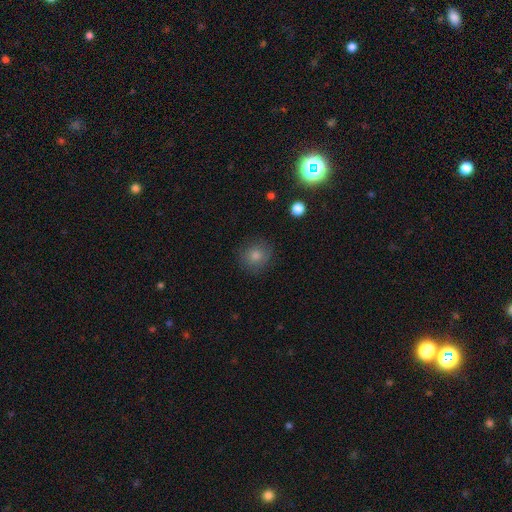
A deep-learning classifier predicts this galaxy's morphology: Smooth or featured? smooth (82%)
How rounded? round (86%)
Merging? none (84%)